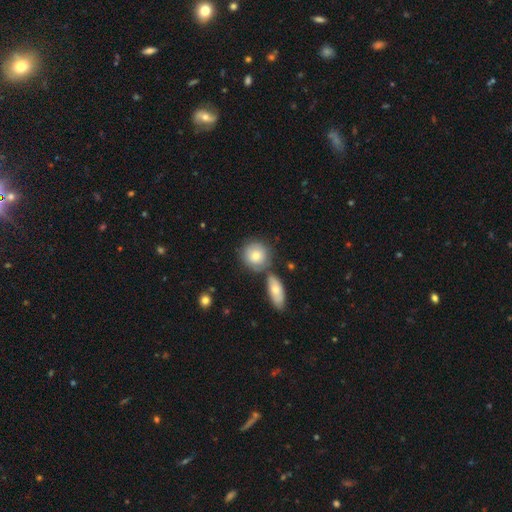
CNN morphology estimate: This appears to be a smooth galaxy with no disk features (74%) that is round (85%). Merging: none (63%).